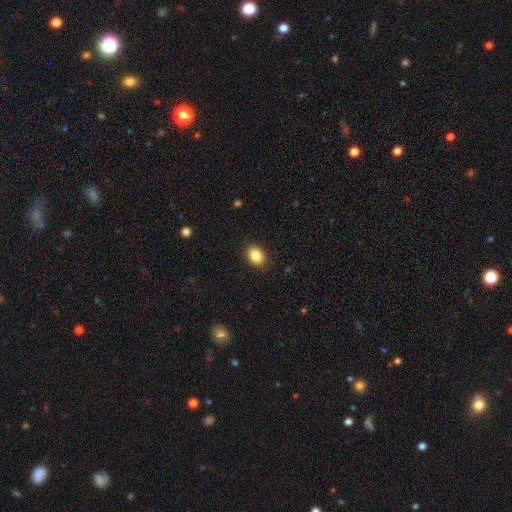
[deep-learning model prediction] Smooth or featured?
  - smooth: 87% *
  - star or artifact: 8%
  - featured or disk: 5%
How rounded?
  - in between: 76% *
  - round: 23%
  - cigar-shaped: 1%
Merging?
  - none: 87% *
  - minor disturbance: 9%
  - major disturbance: 2%
  - merger: 1%